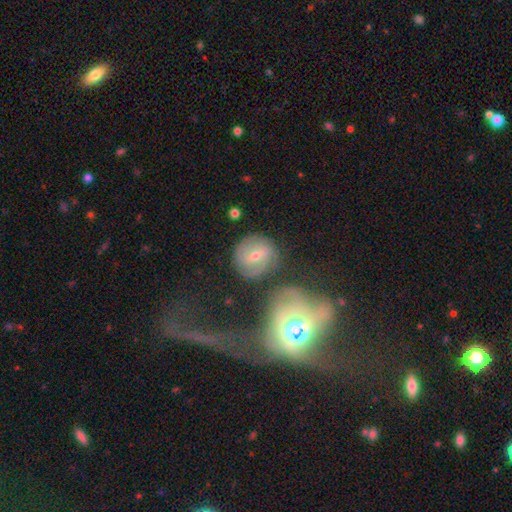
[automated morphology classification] Smooth or featured: featured or disk — 66% (smooth — 25%)
Edge-on disk: no — 96% (yes — 4%)
Bar: weak — 49% (no — 28%)
Spiral arms: yes — 84% (no — 16%)
Spiral winding: tight — 54% (medium — 33%)
Spiral arm count: 2 — 45% (can't tell — 30%)
Bulge size: small — 50% (moderate — 46%)
Merging: none — 71% (minor disturbance — 14%)